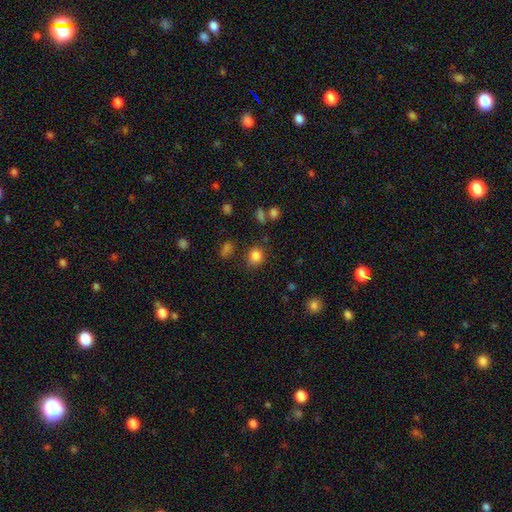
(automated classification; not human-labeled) A smooth galaxy with no disk features (82%) that is round (67%).

Vote fractions:
- Smooth or featured? smooth: 82% / star or artifact: 13% / featured or disk: 5%
- How rounded? round: 67% / in between: 32% / cigar-shaped: 1%
- Merging? none: 78% / minor disturbance: 13% / major disturbance: 4% / merger: 4%